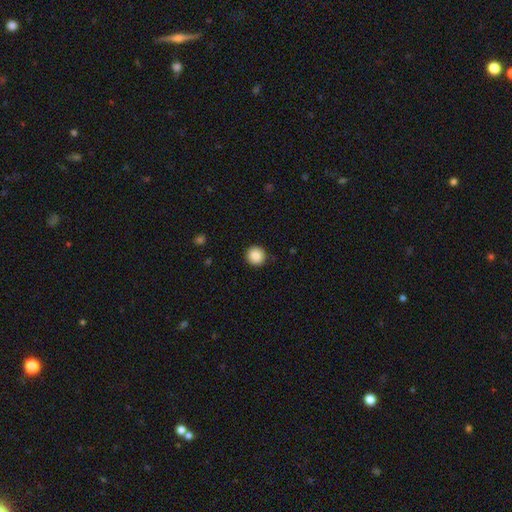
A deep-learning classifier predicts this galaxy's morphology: This appears to be a smooth galaxy with no disk features (88%) that is round (94%). Merging: none (91%).